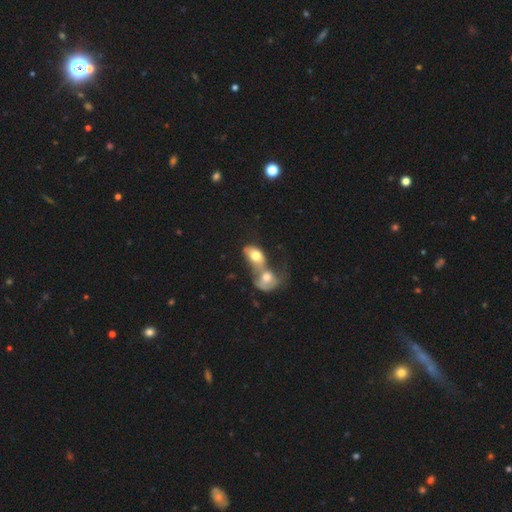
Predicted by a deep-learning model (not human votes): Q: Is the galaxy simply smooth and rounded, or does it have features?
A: smooth — 67%.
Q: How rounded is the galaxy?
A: in between — 76%.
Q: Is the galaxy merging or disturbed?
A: merger — 81%.